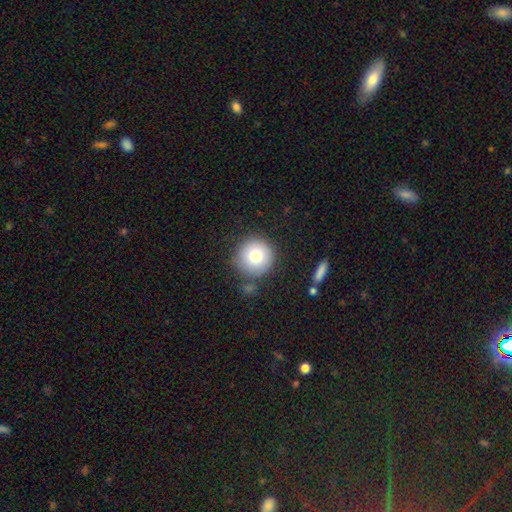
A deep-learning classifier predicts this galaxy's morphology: Overall: smooth (78%). How rounded: round (95%). Merging: none (79%).